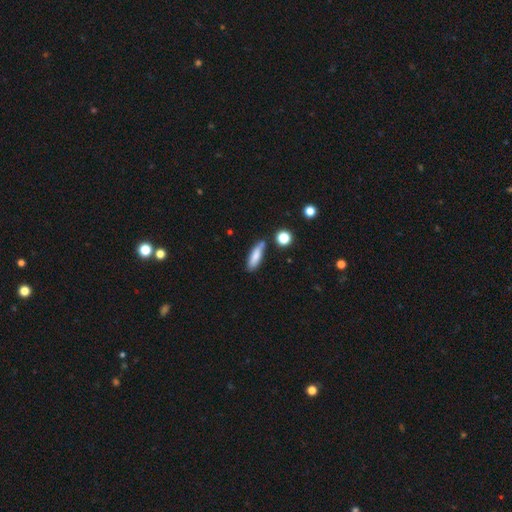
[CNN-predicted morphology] Smooth or featured: smooth — 80% (featured or disk — 13%)
How rounded: cigar-shaped — 56% (in between — 41%)
Merging: none — 70% (minor disturbance — 17%)